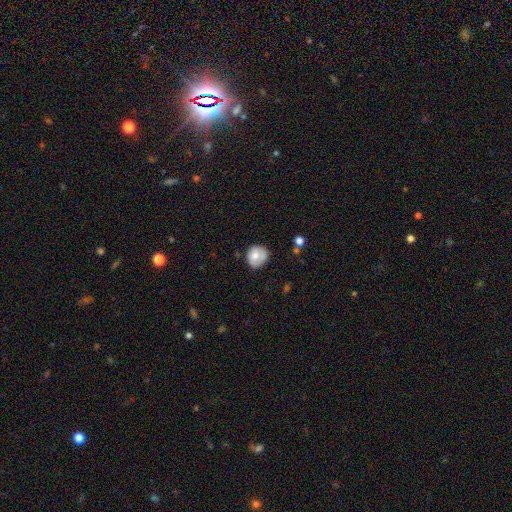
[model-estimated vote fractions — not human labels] This is likely a smooth galaxy (68%). How rounded: likely round (73%). Merging: possibly none (60%).